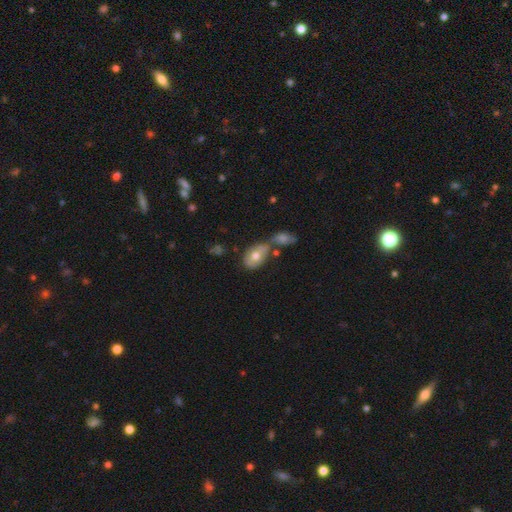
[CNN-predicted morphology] Overall: smooth (66%; featured or disk 27%). How rounded: in between (86%). Merging: none (38%, tied with merger).